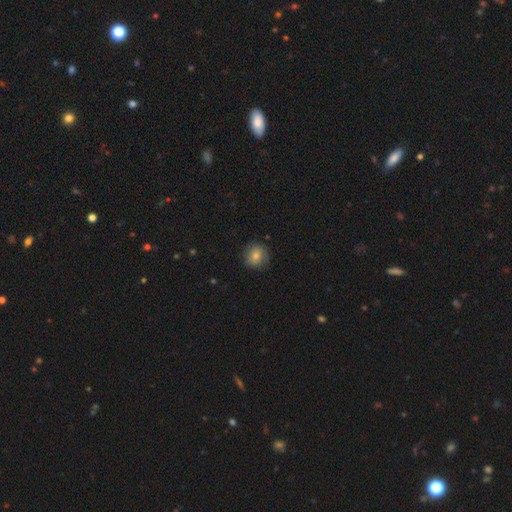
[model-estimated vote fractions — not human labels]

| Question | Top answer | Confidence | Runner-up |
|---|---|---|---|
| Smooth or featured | smooth | 75% | featured or disk (13%) |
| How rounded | round | 84% | in between (15%) |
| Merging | none | 84% | minor disturbance (12%) |